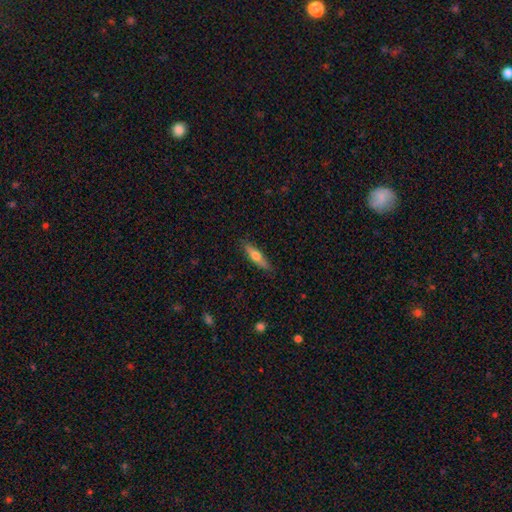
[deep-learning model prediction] Smooth or featured? Predicted: smooth (p=0.55). How rounded? Predicted: cigar-shaped (p=0.76). Merging? Predicted: none (p=0.87).